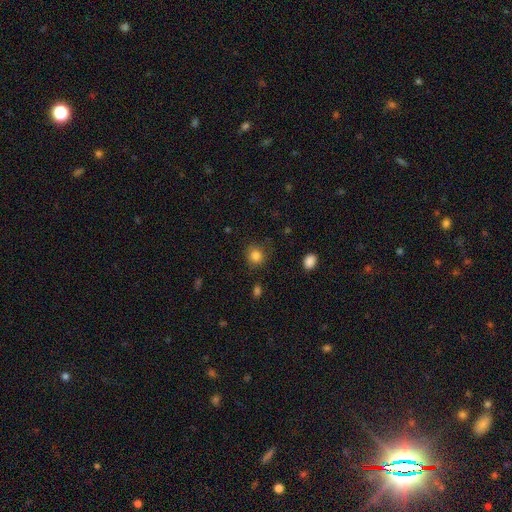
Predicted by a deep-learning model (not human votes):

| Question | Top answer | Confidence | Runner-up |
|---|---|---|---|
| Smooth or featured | smooth | 84% | star or artifact (11%) |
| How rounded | round | 86% | in between (13%) |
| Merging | none | 83% | minor disturbance (12%) |